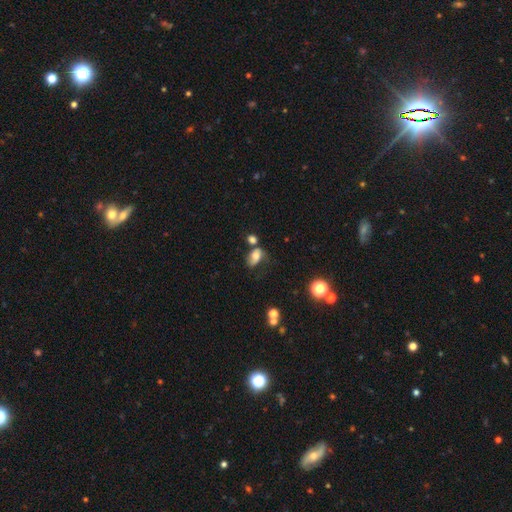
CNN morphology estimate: A smooth galaxy with no disk features (60%) that is in between round and cigar-shaped (84%). Merging: none (32%).